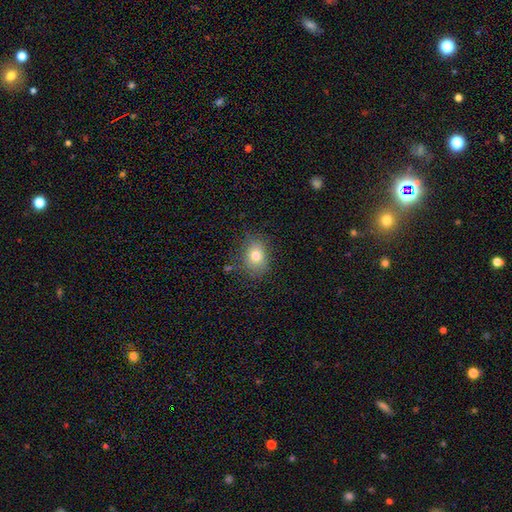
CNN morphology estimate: smooth 77%, featured or disk 12%, star or artifact 11%. Down the decision tree: how rounded — in between (60%); merging — none (79%).